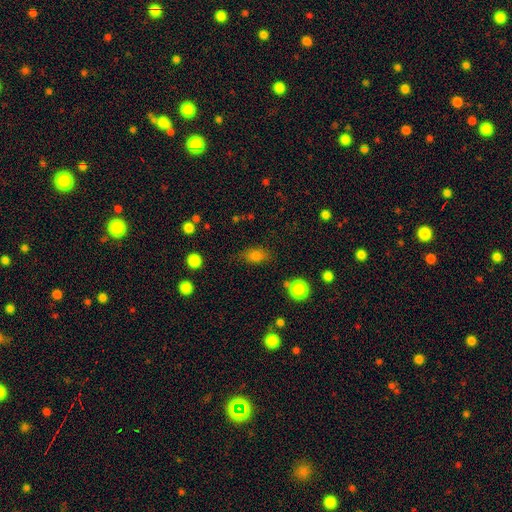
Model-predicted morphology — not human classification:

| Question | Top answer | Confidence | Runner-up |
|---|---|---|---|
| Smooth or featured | smooth | 80% | star or artifact (11%) |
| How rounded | in between | 80% | round (16%) |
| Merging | none | 73% | minor disturbance (19%) |